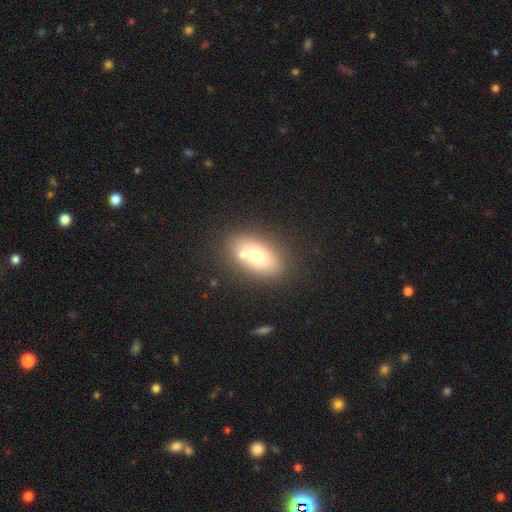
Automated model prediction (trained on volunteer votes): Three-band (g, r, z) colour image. It shows a smooth galaxy with no disk features (70%) that is in between round and cigar-shaped (86%). Merging: none (69%).